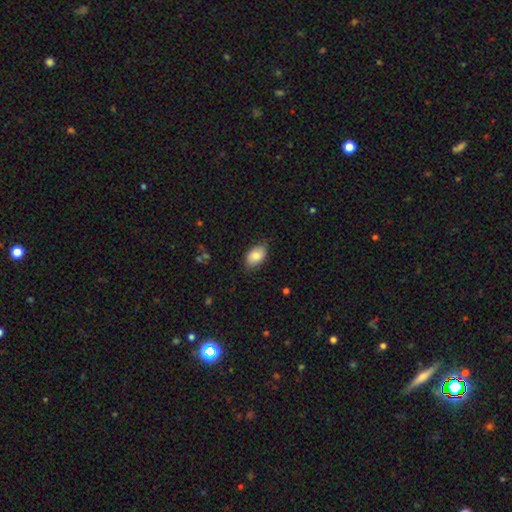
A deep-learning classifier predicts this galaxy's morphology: smooth-or-featured: smooth: 84% | featured or disk: 9% | star or artifact: 7%
  how-rounded: in between: 90% | round: 8% | cigar-shaped: 1%
  merging: none: 78% | minor disturbance: 18% | major disturbance: 3% | merger: 1%